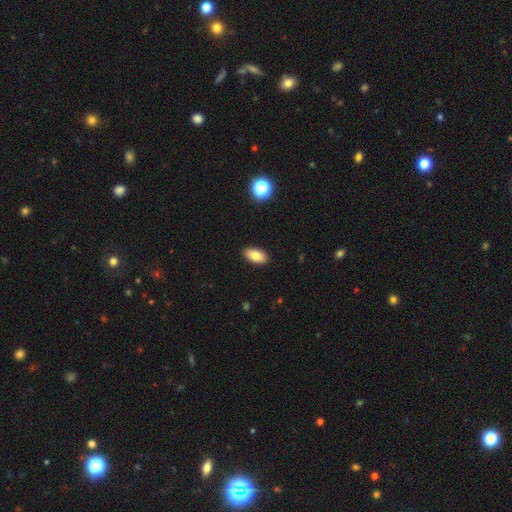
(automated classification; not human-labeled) This appears to be a smooth galaxy with no disk features (81%) that is in between round and cigar-shaped (92%). Merging: none (90%).